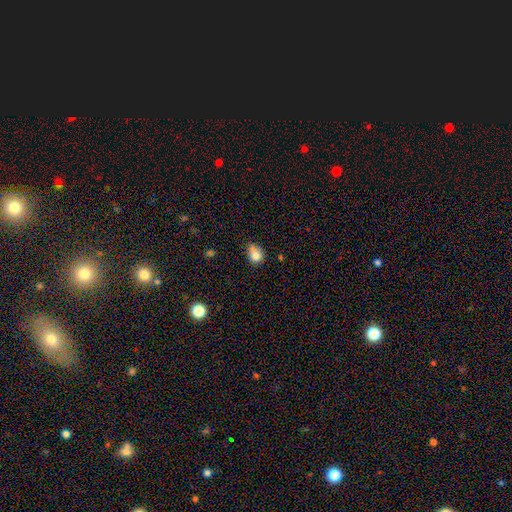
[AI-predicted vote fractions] A smooth galaxy with no disk features (78%) that is round (54%). Merging: none (42%).